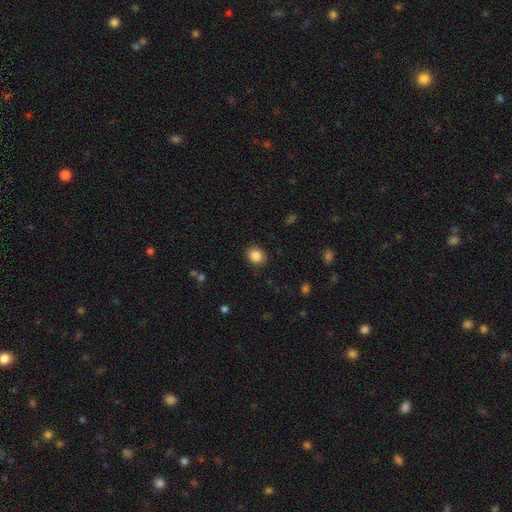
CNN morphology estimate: A smooth galaxy with no disk features (87%) that is round (52%).

Vote fractions:
- Smooth or featured? smooth: 87% / star or artifact: 9% / featured or disk: 4%
- How rounded? round: 52% / in between: 47% / cigar-shaped: 1%
- Merging? none: 87% / minor disturbance: 9% / major disturbance: 3% / merger: 1%